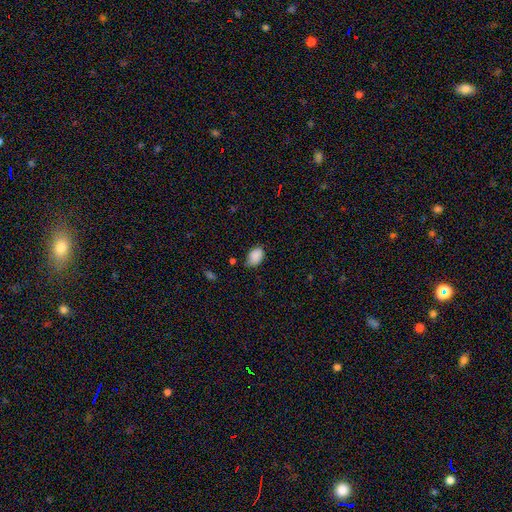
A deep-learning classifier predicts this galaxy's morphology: Smooth or featured?
  - smooth: 88% *
  - star or artifact: 8%
  - featured or disk: 4%
How rounded?
  - in between: 86% *
  - round: 13%
  - cigar-shaped: 1%
Merging?
  - none: 63% *
  - minor disturbance: 30%
  - major disturbance: 5%
  - merger: 2%